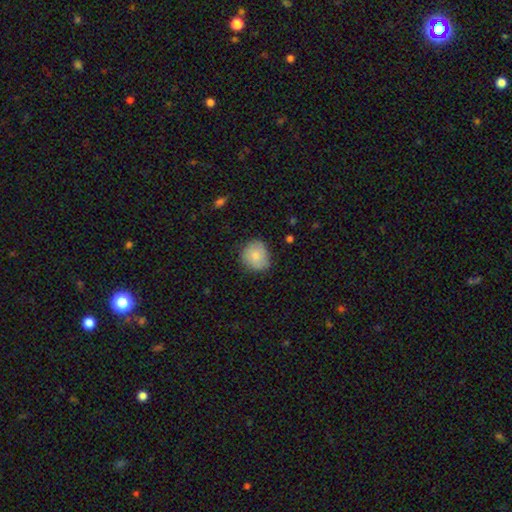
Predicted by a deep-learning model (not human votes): Smooth or featured?
  - smooth: 80% *
  - featured or disk: 13%
  - star or artifact: 7%
How rounded?
  - round: 81% *
  - in between: 18%
  - cigar-shaped: 1%
Merging?
  - none: 72% *
  - minor disturbance: 22%
  - major disturbance: 4%
  - merger: 1%